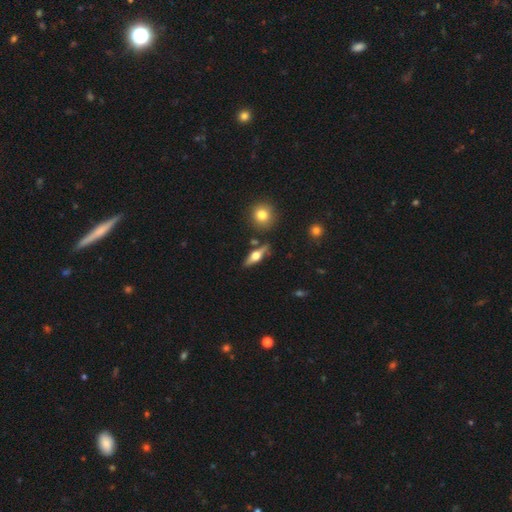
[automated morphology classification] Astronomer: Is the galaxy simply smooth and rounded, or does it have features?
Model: featured or disk — 60%.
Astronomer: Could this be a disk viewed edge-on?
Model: yes — 93%.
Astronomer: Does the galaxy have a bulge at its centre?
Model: rounded — 95%.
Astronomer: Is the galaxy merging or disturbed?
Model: none — 82%.